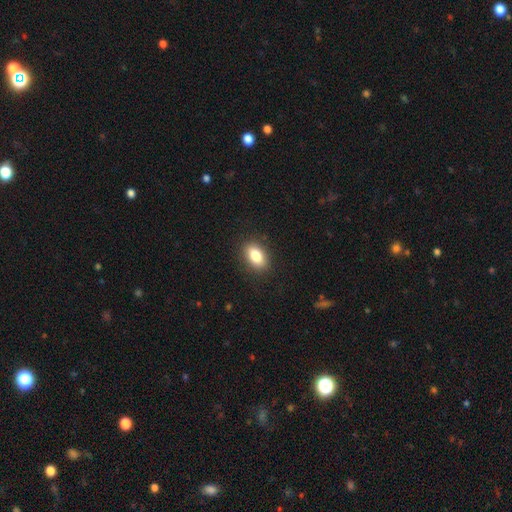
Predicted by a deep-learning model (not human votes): smooth 83%, featured or disk 9%, star or artifact 8%. Down the decision tree: how rounded — in between (88%); merging — none (88%).